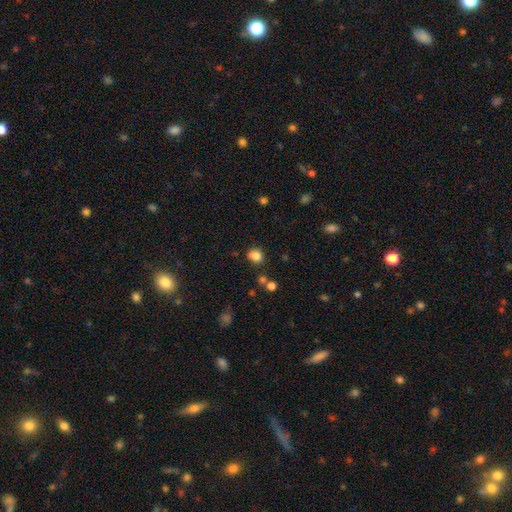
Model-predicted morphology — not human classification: The model was most divided on "how rounded": round: 59%, in between: 40%, cigar-shaped: 1%. More confident: smooth or featured — smooth (82%); merging — none (68%).